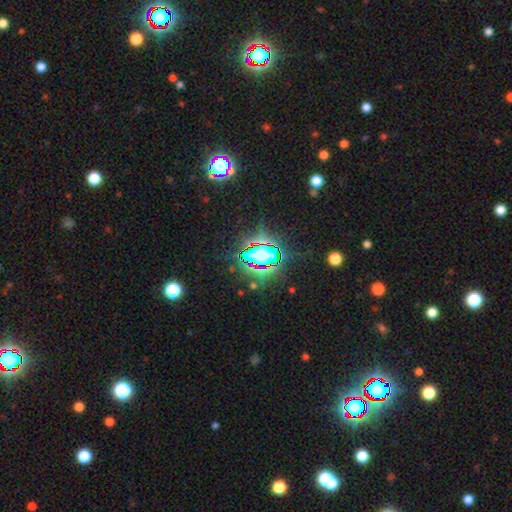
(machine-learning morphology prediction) smooth-or-featured: star or artifact: 80% | smooth: 12% | featured or disk: 8%